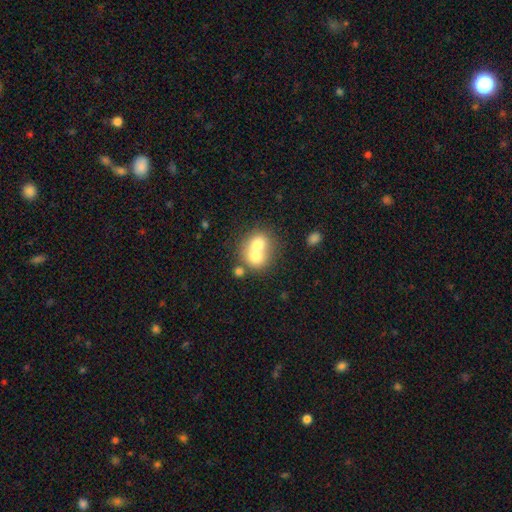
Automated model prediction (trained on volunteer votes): The model was most divided on "how rounded": round: 69%, in between: 30%, cigar-shaped: 1%. More confident: merging — merger (70%); smooth or featured — smooth (67%).